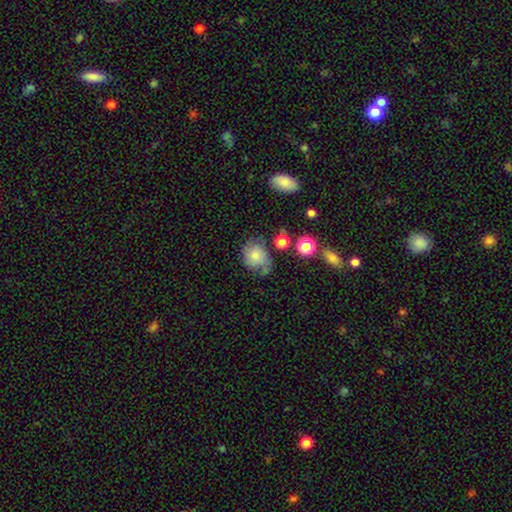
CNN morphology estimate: A smooth galaxy with no disk features (69%) that is round (63%). Merging: none (48%).